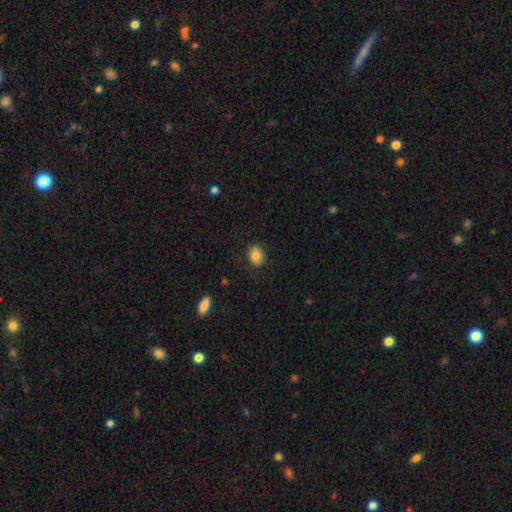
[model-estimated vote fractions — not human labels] smooth-or-featured: smooth: 81% | featured or disk: 10% | star or artifact: 8%
  how-rounded: in between: 71% | round: 28% | cigar-shaped: 1%
  merging: none: 85% | minor disturbance: 11% | major disturbance: 3% | merger: 1%